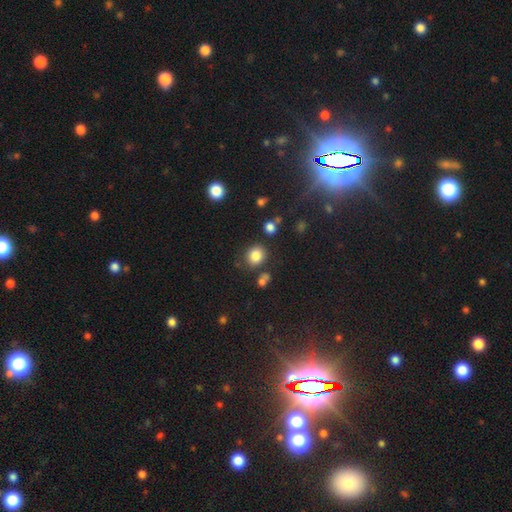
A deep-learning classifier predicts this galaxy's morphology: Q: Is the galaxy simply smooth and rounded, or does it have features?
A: smooth — 83%.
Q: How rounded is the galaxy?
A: round — 76%.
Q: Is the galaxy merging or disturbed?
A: none — 78%.